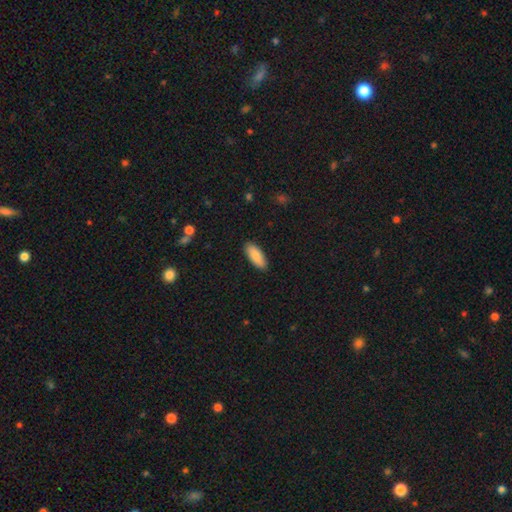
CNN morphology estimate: This is clearly a smooth galaxy (87%). How rounded: likely in between (78%). Merging: clearly none (89%).